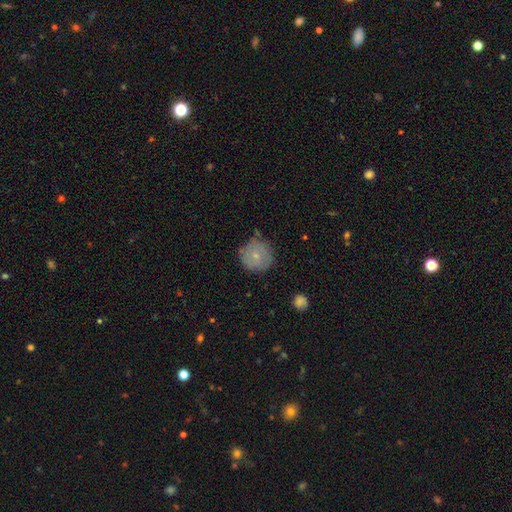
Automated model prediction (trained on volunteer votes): smooth_or_featured: smooth (p=0.65) [alt: featured or disk p=0.27]
how_rounded: round (p=0.93) [alt: in between p=0.06]
merging: none (p=0.72) [alt: minor disturbance p=0.21]